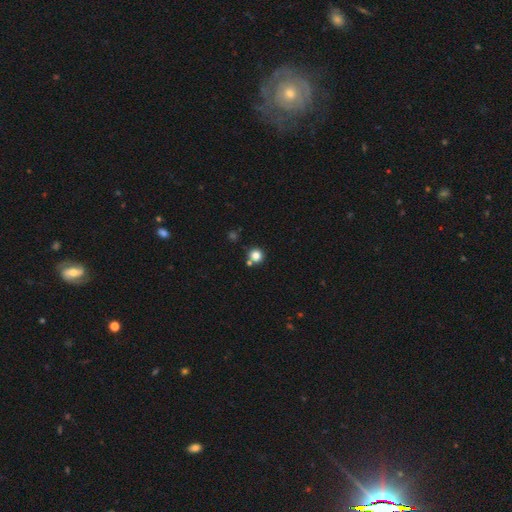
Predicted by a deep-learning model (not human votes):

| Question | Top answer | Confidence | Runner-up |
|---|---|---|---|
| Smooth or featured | smooth | 82% | star or artifact (13%) |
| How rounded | round | 94% | in between (5%) |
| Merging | none | 77% | merger (13%) |